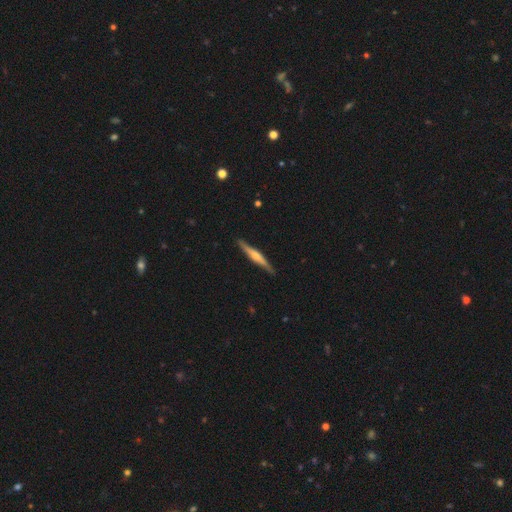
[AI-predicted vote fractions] This appears to be a featured or disk galaxy (66%) viewed edge-on (97%) with a rounded central bulge (73%). Merging: none (88%).